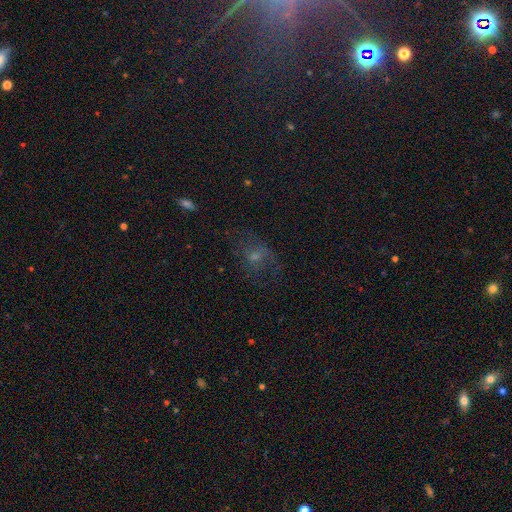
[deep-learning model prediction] Smooth or featured: featured or disk — 35% (smooth — 34%)
Merging: none — 57% (major disturbance — 21%)